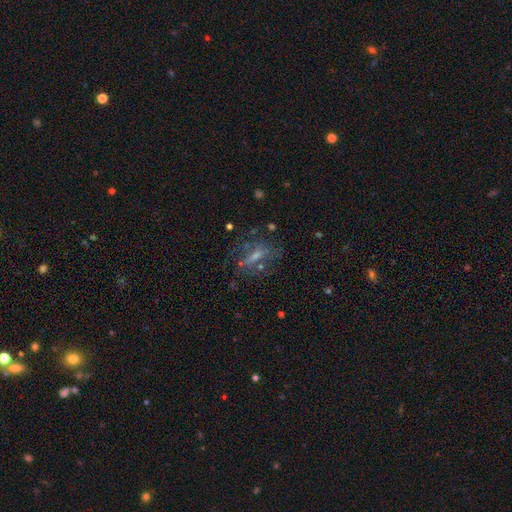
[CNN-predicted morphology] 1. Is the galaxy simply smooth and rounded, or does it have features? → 48% featured or disk, 28% smooth, 25% star or artifact.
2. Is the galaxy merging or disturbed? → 60% none, 18% minor disturbance, 17% major disturbance, 4% merger.